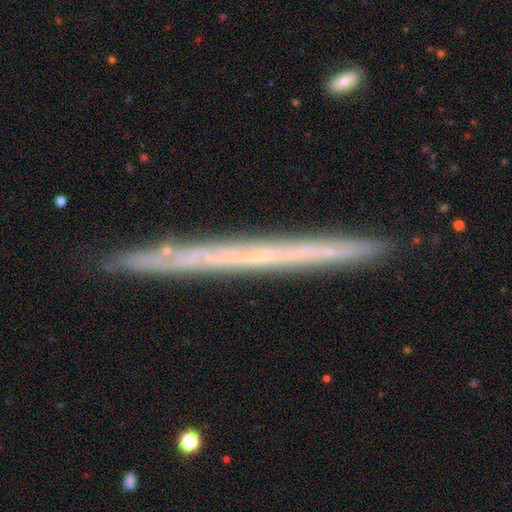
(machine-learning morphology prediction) Smooth or featured? featured or disk (61%)
Edge-on disk? yes (97%)
Edge-on bulge? none (93%)
Merging? none (91%)